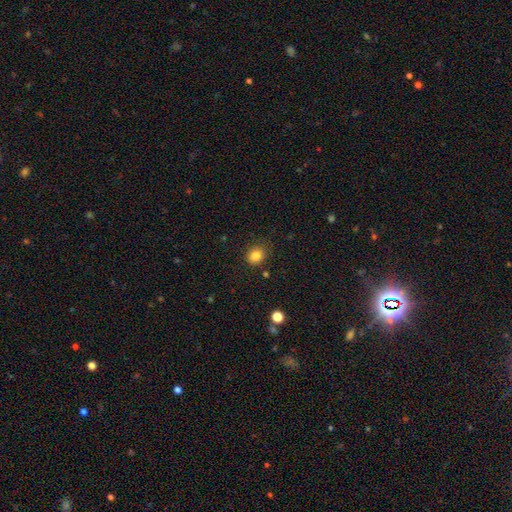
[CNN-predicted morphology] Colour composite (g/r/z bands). It shows a smooth galaxy with no disk features (83%) that is round (67%). Merging: none (81%).